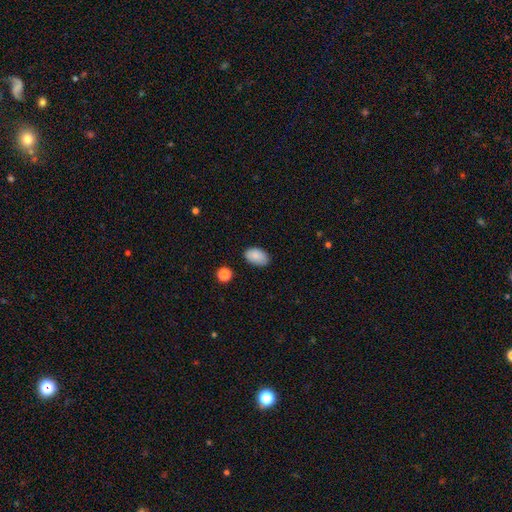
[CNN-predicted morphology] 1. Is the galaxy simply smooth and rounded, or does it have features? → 88% smooth, 7% star or artifact, 5% featured or disk.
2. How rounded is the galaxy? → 92% in between, 6% round, 1% cigar-shaped.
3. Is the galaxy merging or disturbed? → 84% none, 12% minor disturbance, 3% major disturbance, 1% merger.